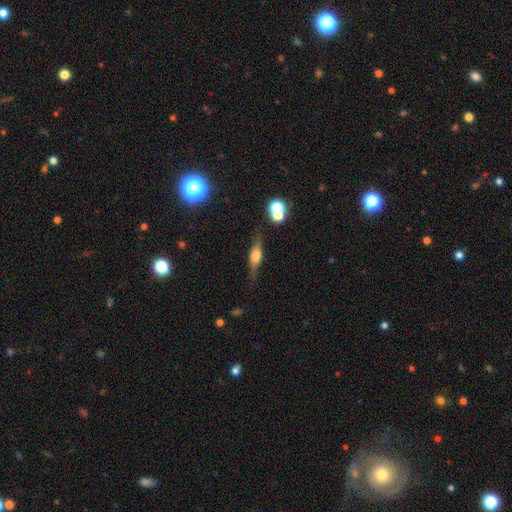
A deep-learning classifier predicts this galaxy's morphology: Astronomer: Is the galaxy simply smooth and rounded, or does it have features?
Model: featured or disk — 54% (runner-up: smooth, 38%).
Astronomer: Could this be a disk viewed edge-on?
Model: yes — 91%.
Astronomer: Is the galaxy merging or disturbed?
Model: none — 77%.